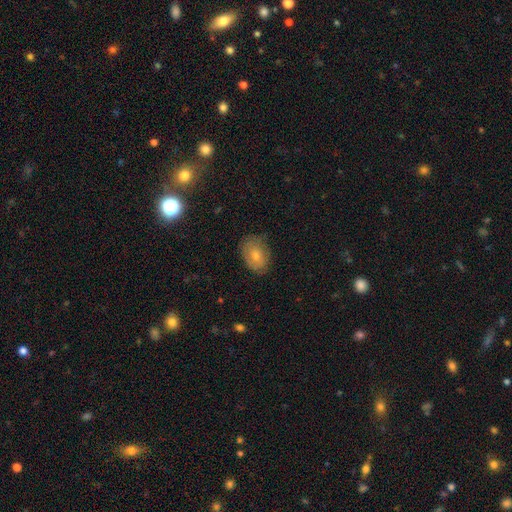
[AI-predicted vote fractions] The model was most divided on "smooth or featured": smooth: 72%, featured or disk: 21%, star or artifact: 7%. More confident: how rounded — in between (83%); merging — none (73%).